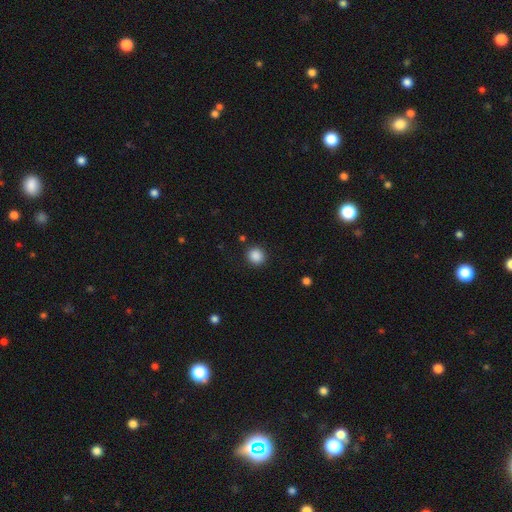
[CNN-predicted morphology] Overall: smooth (88%). How rounded: round (90%). Merging: none (90%).